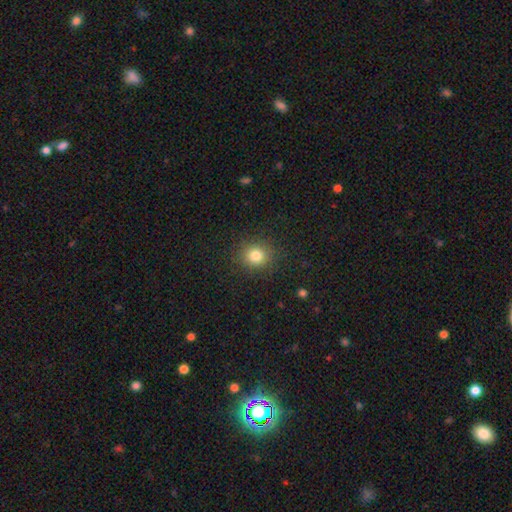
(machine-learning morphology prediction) Smooth or featured?
  - smooth: 80% *
  - star or artifact: 13%
  - featured or disk: 6%
How rounded?
  - round: 84% *
  - in between: 15%
  - cigar-shaped: 1%
Merging?
  - none: 89% *
  - minor disturbance: 7%
  - major disturbance: 3%
  - merger: 1%